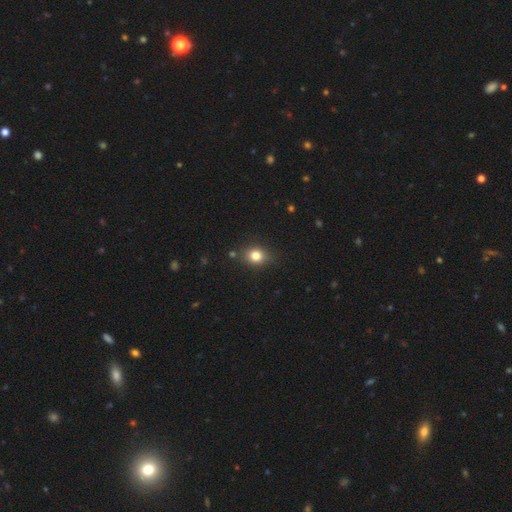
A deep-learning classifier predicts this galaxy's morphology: type=smooth (81%); roundness=round (59%); merging=none (83%).